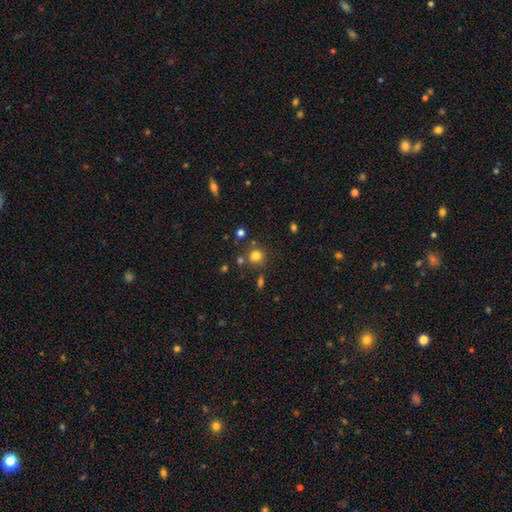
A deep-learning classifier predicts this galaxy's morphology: A smooth galaxy with no disk features (78%) that is round (87%).

Vote fractions:
- Smooth or featured? smooth: 78% / star or artifact: 16% / featured or disk: 6%
- How rounded? round: 87% / in between: 12% / cigar-shaped: 1%
- Merging? none: 75% / merger: 11% / minor disturbance: 10% / major disturbance: 4%